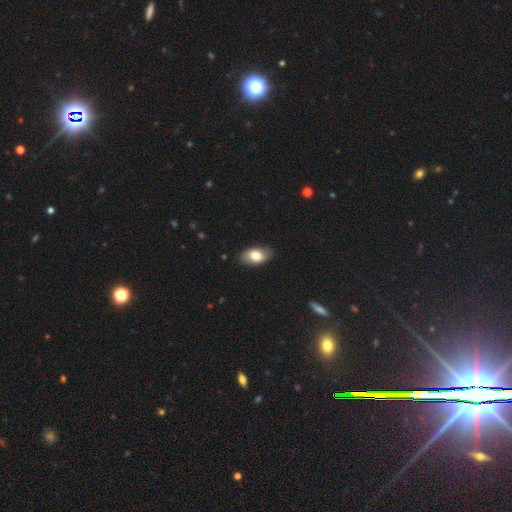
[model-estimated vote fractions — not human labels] Q: Smooth or featured?
A: smooth (76%); runner-up: featured or disk (18%)
Q: How rounded?
A: in between (92%); runner-up: round (5%)
Q: Merging?
A: none (85%); runner-up: minor disturbance (12%)